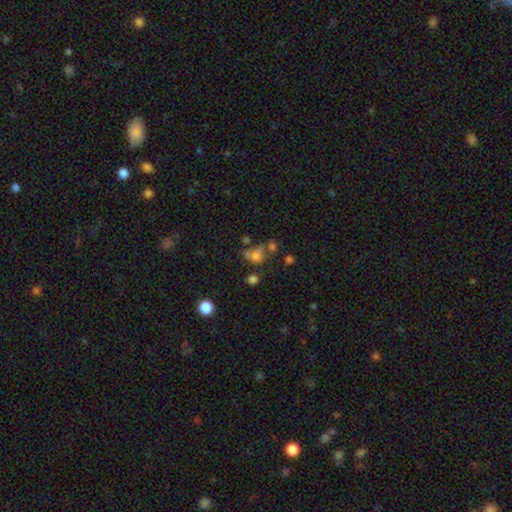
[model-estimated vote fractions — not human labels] A smooth galaxy with no disk features (63%) that is in between round and cigar-shaped (53%). Merging: none (34%).